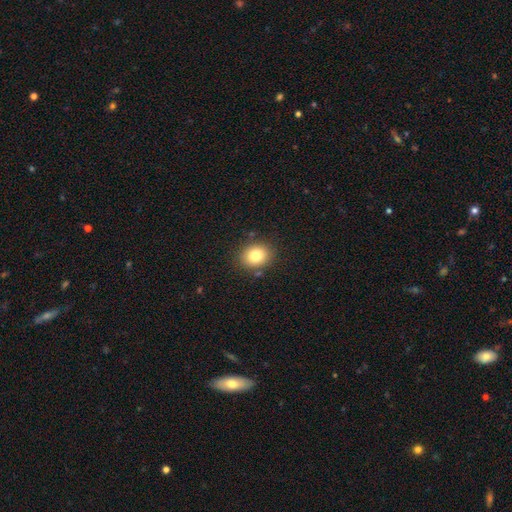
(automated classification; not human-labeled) smooth_or_featured: smooth (p=0.81) [alt: star or artifact p=0.11]
how_rounded: round (p=0.61) [alt: in between p=0.38]
merging: none (p=0.85) [alt: minor disturbance p=0.10]